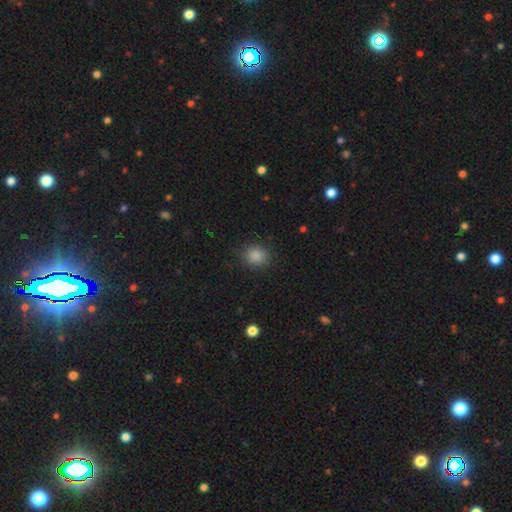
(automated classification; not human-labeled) This appears to be a smooth galaxy with no disk features (86%) that is round (73%). Merging: none (86%).